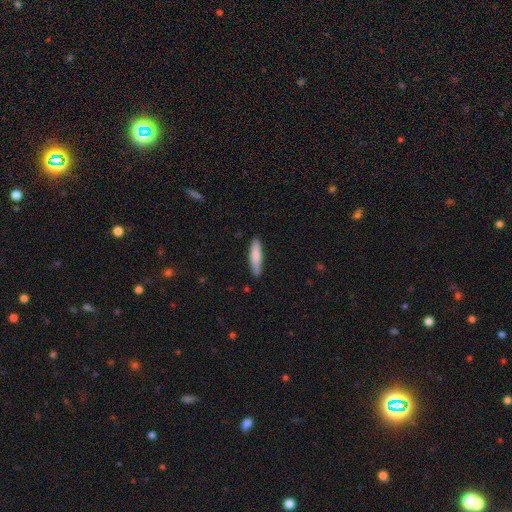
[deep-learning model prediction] Morphology: type=smooth (82%); roundness=cigar-shaped (79%); merging=none (85%).